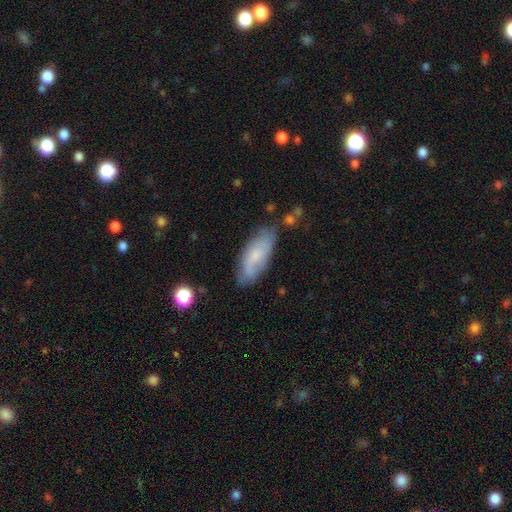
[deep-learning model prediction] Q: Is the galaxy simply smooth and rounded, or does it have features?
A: smooth — 56%.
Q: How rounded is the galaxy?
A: in between — 78%.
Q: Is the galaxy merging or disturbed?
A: none — 66%.